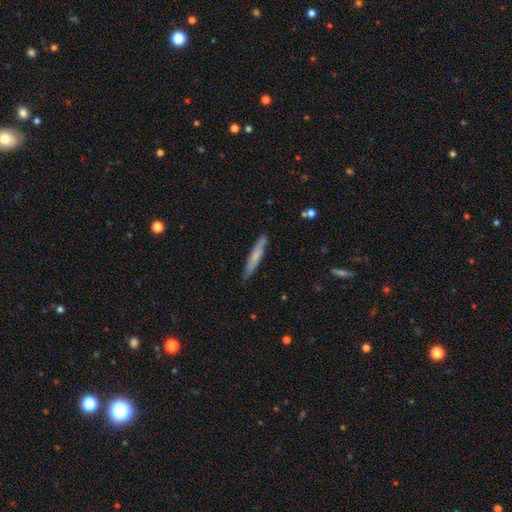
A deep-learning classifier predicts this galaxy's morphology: The model was most divided on "smooth or featured": smooth: 61%, featured or disk: 33%, star or artifact: 6%. More confident: how rounded — cigar-shaped (94%); merging — none (85%).